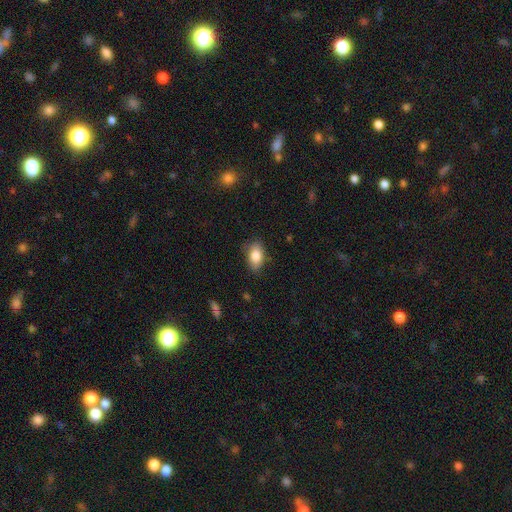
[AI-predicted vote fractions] smooth 84%, featured or disk 9%, star or artifact 7%. Down the decision tree: how rounded — in between (90%); merging — none (78%).